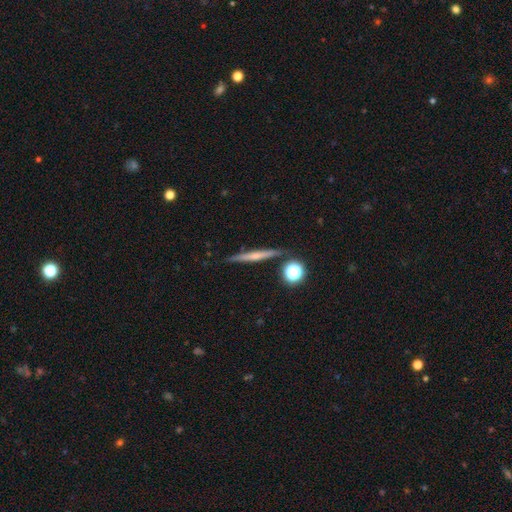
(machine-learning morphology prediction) Overall: featured or disk (48%; smooth 42%). Merging: none (87%).